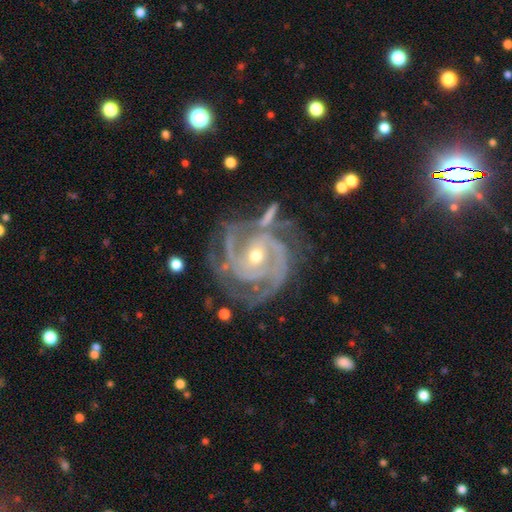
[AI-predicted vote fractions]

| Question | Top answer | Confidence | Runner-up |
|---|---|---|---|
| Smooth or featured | featured or disk | 91% | star or artifact (5%) |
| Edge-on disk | no | 98% | yes (2%) |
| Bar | no | 58% | weak (29%) |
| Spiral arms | yes | 97% | no (3%) |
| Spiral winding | tight | 66% | medium (29%) |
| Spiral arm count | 3 | 33% | 2 (30%) |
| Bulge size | small | 52% | moderate (45%) |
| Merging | none | 56% | minor disturbance (21%) |